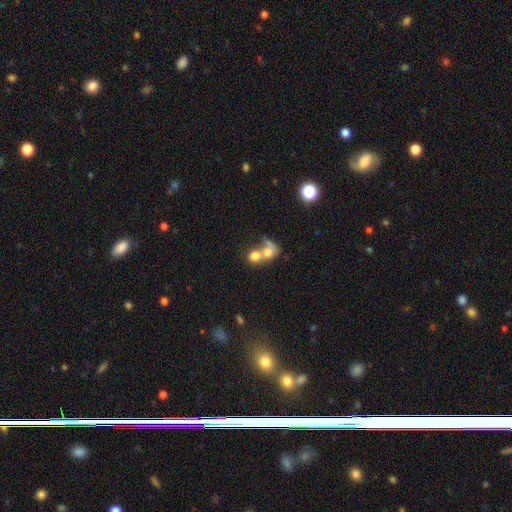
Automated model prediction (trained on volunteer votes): This appears to be a smooth galaxy with no disk features (70%) that is round (60%). Merging: merger (74%).